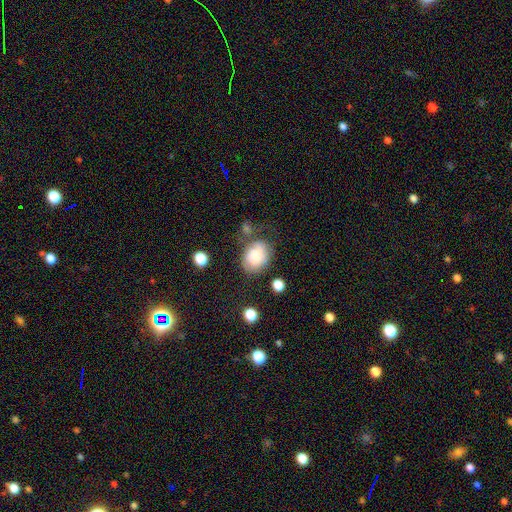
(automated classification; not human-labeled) smooth-or-featured: smooth: 76% | featured or disk: 16% | star or artifact: 8%
  how-rounded: in between: 67% | round: 32% | cigar-shaped: 1%
  merging: none: 56% | minor disturbance: 24% | major disturbance: 12% | merger: 8%